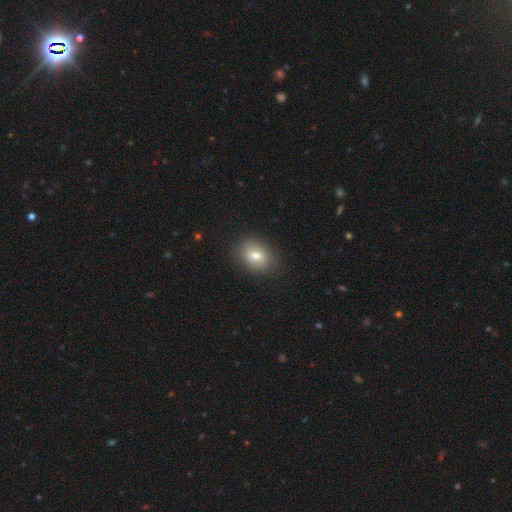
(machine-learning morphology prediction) This appears to be a smooth galaxy with no disk features (74%) that is in between round and cigar-shaped (61%). Merging: none (85%).